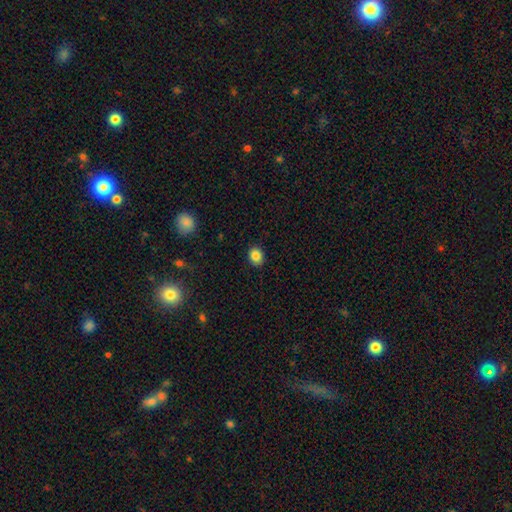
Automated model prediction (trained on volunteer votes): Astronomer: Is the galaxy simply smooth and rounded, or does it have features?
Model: smooth — 85%.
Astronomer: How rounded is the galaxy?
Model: round — 59% (runner-up: in between, 41%).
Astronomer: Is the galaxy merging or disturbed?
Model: none — 89%.